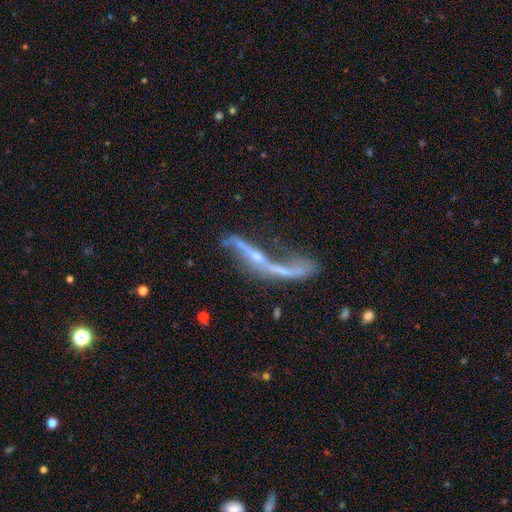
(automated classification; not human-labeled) The model was most divided on "merging": none: 31%, major disturbance: 30%, merger: 22%, minor disturbance: 17%. More confident: smooth or featured — featured or disk (78%); edge-on disk — no (51%).